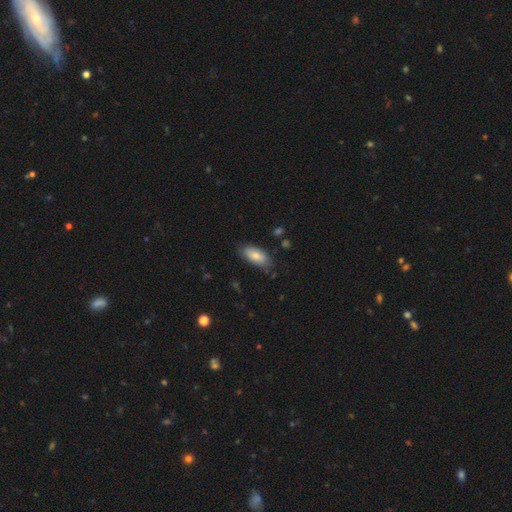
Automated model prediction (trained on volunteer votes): Smooth or featured?
  - smooth: 82% *
  - featured or disk: 11%
  - star or artifact: 6%
How rounded?
  - in between: 90% *
  - cigar-shaped: 8%
  - round: 2%
Merging?
  - none: 78% *
  - minor disturbance: 17%
  - major disturbance: 3%
  - merger: 2%